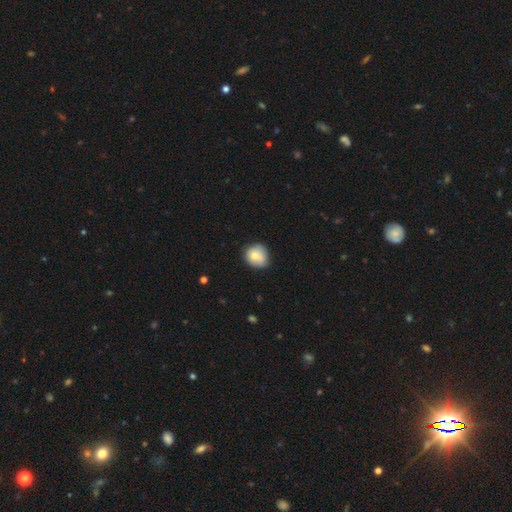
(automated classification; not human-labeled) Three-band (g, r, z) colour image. It shows a smooth galaxy with no disk features (77%) that is round (82%). Merging: none (64%).